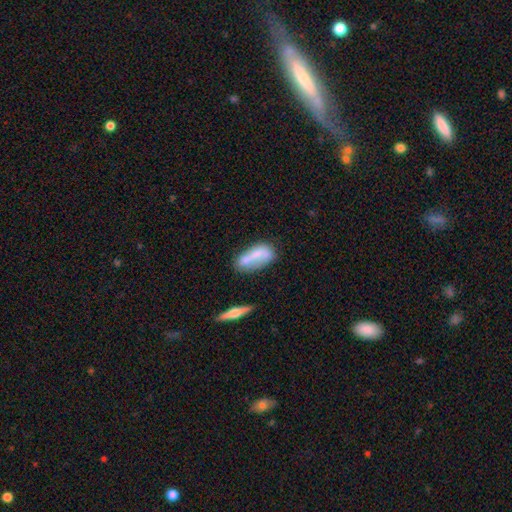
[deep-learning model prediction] Morphology: type=smooth (61%); roundness=in between (73%); merging=none (43%).